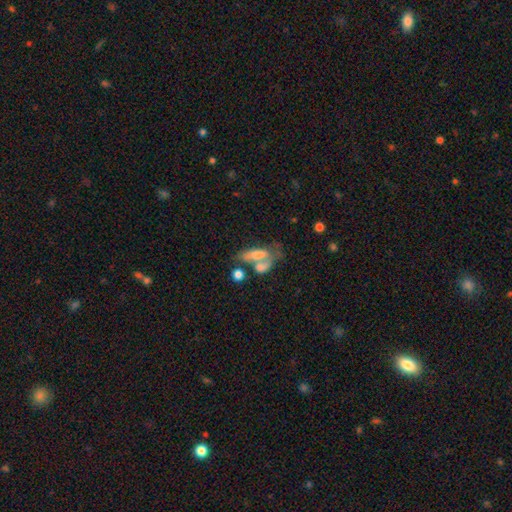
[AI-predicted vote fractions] This is possibly a smooth galaxy (52%). How rounded: likely in between (72%). Merging: possibly merger (46%).